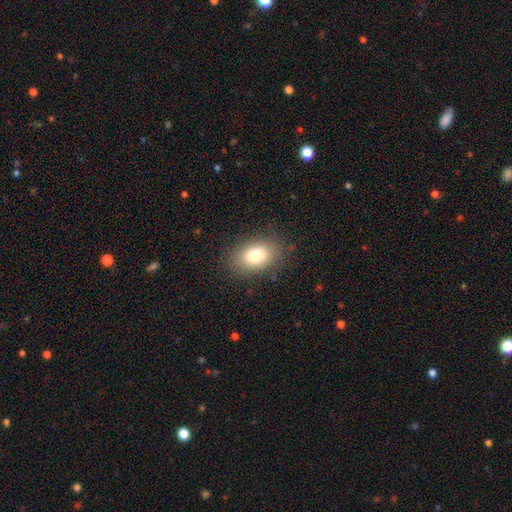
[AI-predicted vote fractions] This appears to be a smooth galaxy with no disk features (80%) that is in between round and cigar-shaped (83%). Merging: none (84%).